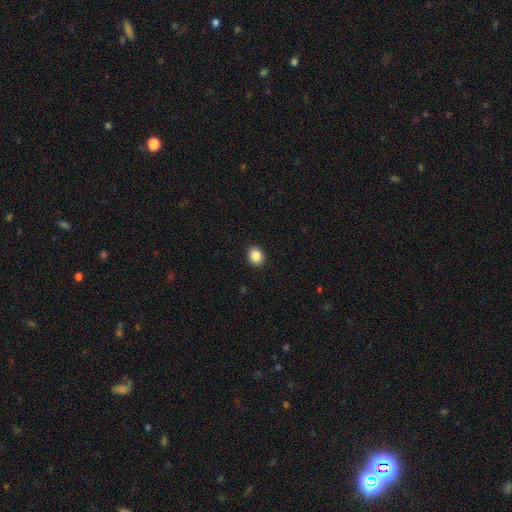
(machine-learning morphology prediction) Q: Smooth or featured?
A: smooth (87%); runner-up: star or artifact (9%)
Q: How rounded?
A: round (60%); runner-up: in between (39%)
Q: Merging?
A: none (91%); runner-up: minor disturbance (6%)